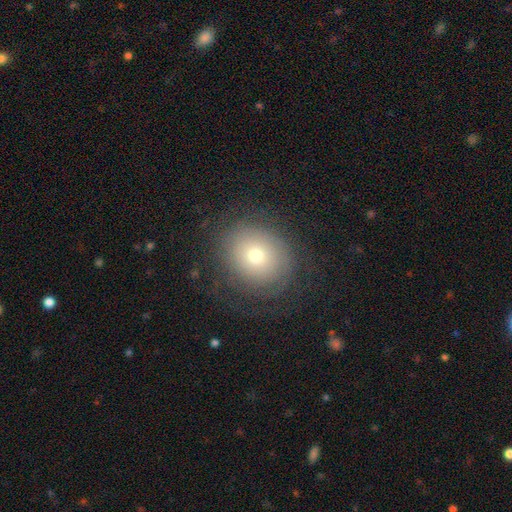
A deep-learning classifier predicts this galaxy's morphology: Overall: smooth (59%; featured or disk 29%). How rounded: round (72%). Merging: none (73%).